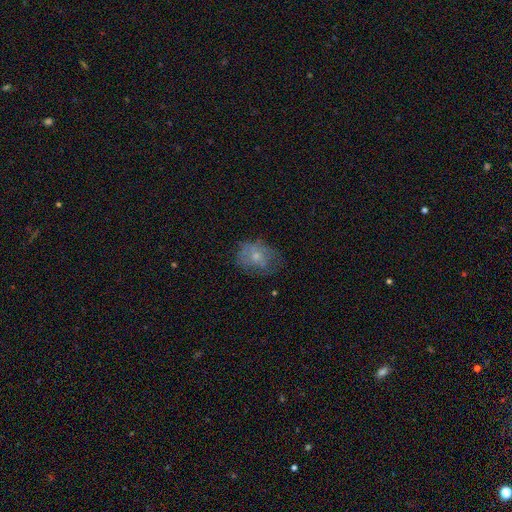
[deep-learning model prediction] smooth_or_featured: smooth (p=0.56) [alt: featured or disk p=0.33]
how_rounded: in between (p=0.56) [alt: round p=0.43]
merging: none (p=0.54) [alt: minor disturbance p=0.27]